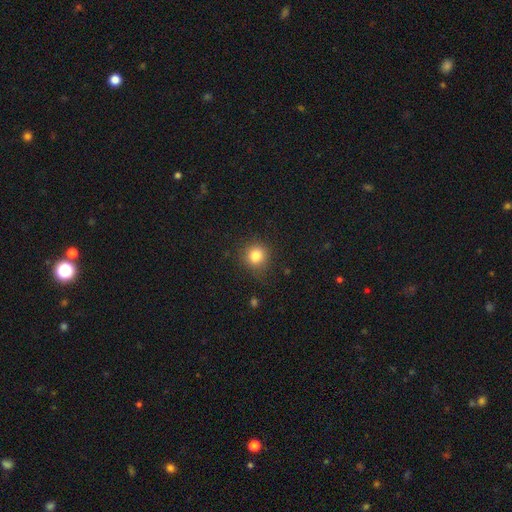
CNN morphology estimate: A smooth galaxy with no disk features (82%) that is round (86%).

Vote fractions:
- Smooth or featured? smooth: 82% / star or artifact: 12% / featured or disk: 6%
- How rounded? round: 86% / in between: 13% / cigar-shaped: 1%
- Merging? none: 82% / minor disturbance: 12% / major disturbance: 4% / merger: 1%